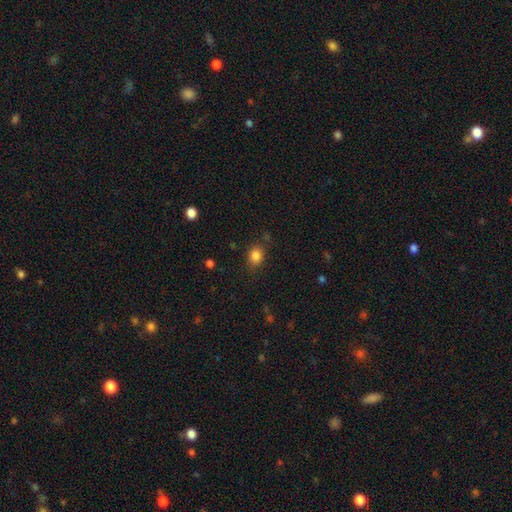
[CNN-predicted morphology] smooth-or-featured: smooth: 84% | star or artifact: 11% | featured or disk: 5%
  how-rounded: round: 52% | in between: 47% | cigar-shaped: 1%
  merging: none: 79% | minor disturbance: 14% | major disturbance: 4% | merger: 2%